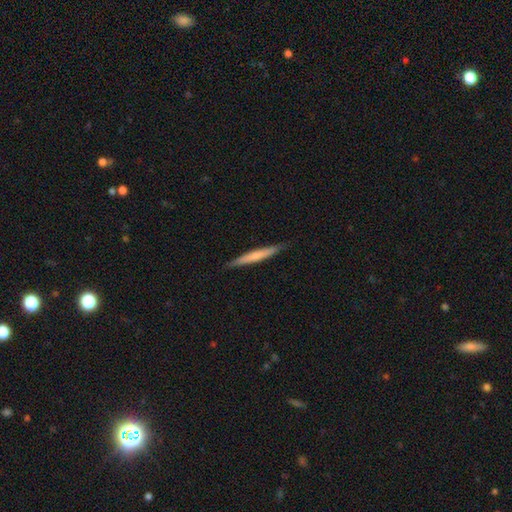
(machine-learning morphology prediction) Smooth or featured: smooth — 57% (featured or disk — 38%)
How rounded: cigar-shaped — 96% (in between — 3%)
Merging: none — 89% (minor disturbance — 8%)